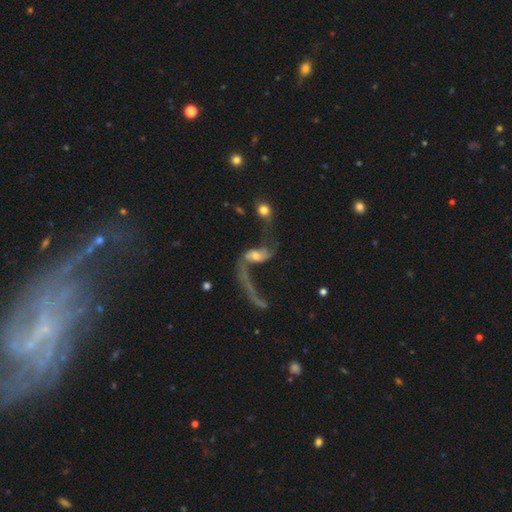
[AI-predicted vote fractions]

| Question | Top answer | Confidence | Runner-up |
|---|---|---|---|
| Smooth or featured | featured or disk | 72% | smooth (20%) |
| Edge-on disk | no | 92% | yes (8%) |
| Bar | no | 54% | weak (31%) |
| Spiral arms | yes | 77% | no (23%) |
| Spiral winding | loose | 91% | medium (6%) |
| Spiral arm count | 2 | 78% | 1 (15%) |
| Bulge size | moderate | 49% | small (31%) |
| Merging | merger | 35% | major disturbance (33%) |